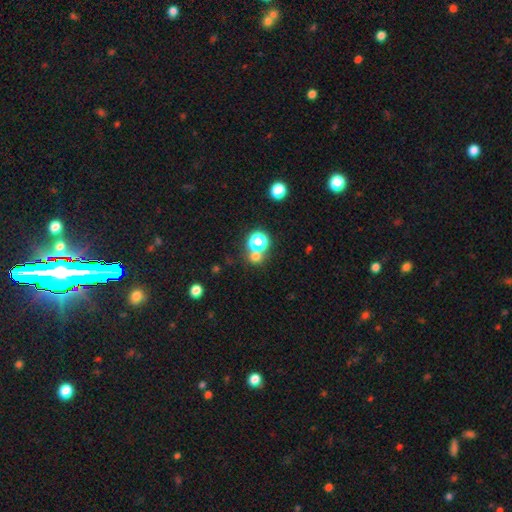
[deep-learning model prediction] The model was most divided on "merging": none: 59%, merger: 30%, minor disturbance: 7%, major disturbance: 4%. More confident: how rounded — round (86%); smooth or featured — smooth (63%).